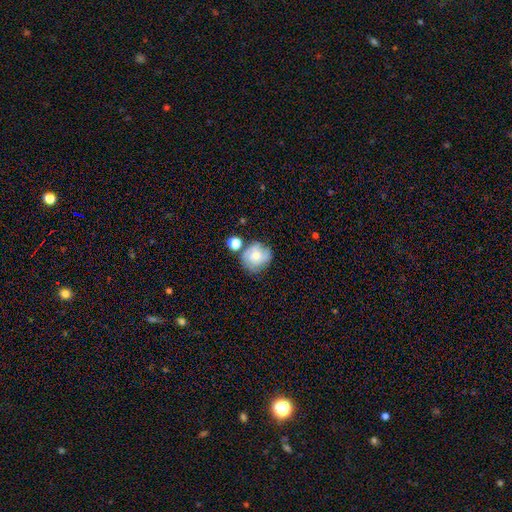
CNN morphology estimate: smooth_or_featured: smooth (p=0.63) [alt: featured or disk p=0.27]
how_rounded: round (p=0.83) [alt: in between p=0.16]
merging: none (p=0.57) [alt: minor disturbance p=0.19]